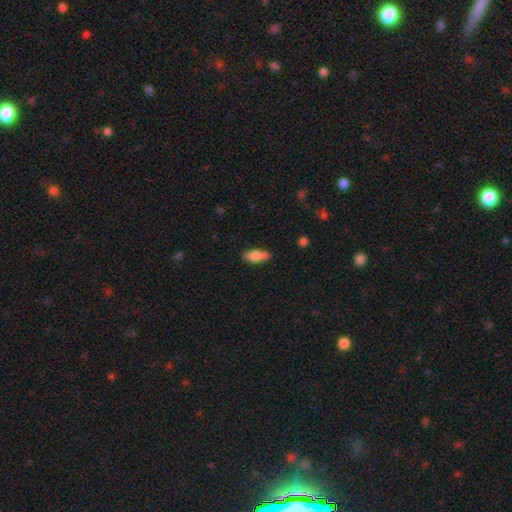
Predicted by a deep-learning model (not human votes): A smooth galaxy with no disk features (80%) that is in between round and cigar-shaped (83%). Merging: none (75%).